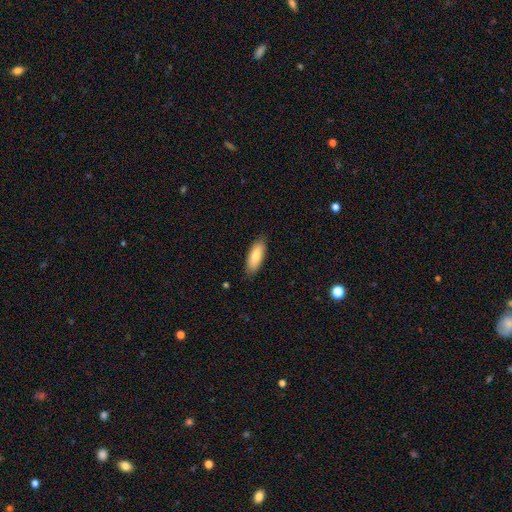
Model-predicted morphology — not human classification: Smooth or featured? Predicted: smooth (p=0.83). How rounded? Predicted: in between (p=0.71). Merging? Predicted: none (p=0.86).